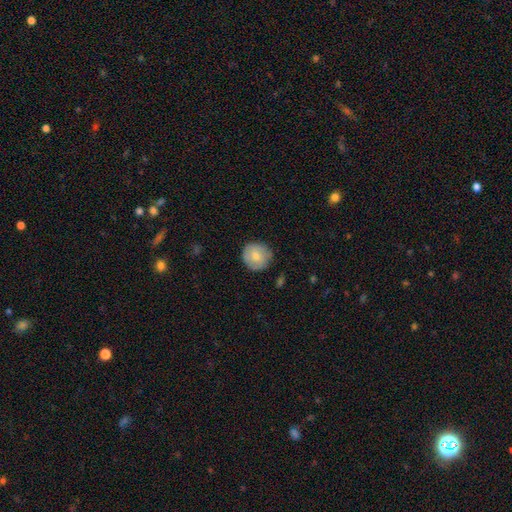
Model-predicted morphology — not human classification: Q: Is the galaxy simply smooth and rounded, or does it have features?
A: smooth — 72%.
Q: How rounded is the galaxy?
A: round — 93%.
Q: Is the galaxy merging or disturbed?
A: none — 82%.